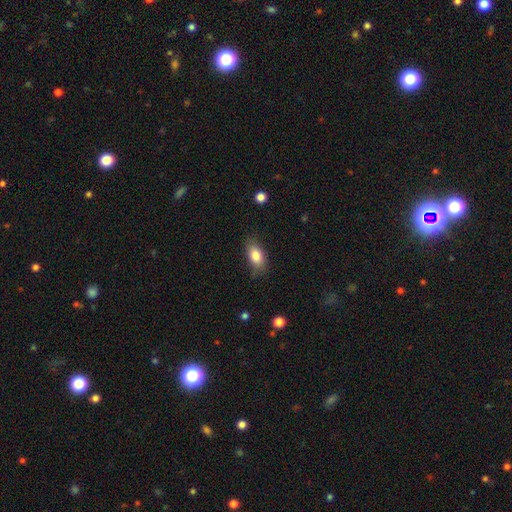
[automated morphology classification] This appears to be a smooth galaxy with no disk features (83%) that is in between round and cigar-shaped (88%). Merging: none (78%).